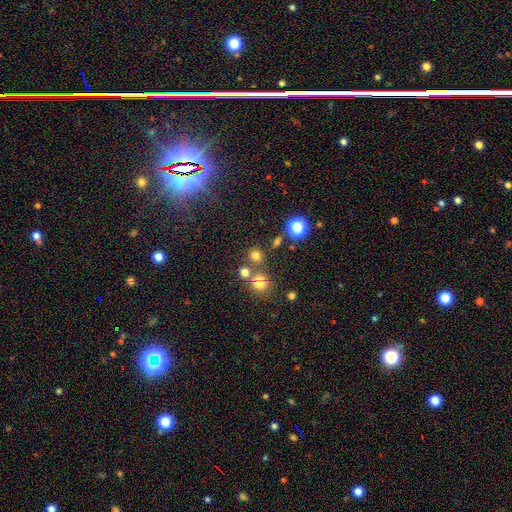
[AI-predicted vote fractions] Q: Smooth or featured?
A: smooth (70%); runner-up: star or artifact (23%)
Q: How rounded?
A: round (81%); runner-up: in between (18%)
Q: Merging?
A: none (71%); runner-up: merger (17%)